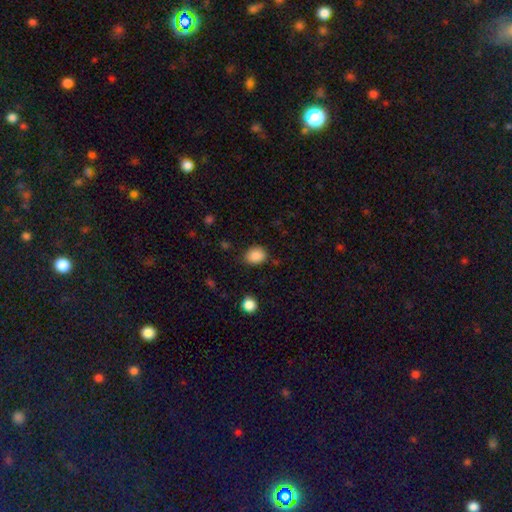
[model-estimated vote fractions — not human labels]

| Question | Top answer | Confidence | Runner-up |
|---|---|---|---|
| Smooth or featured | smooth | 87% | star or artifact (9%) |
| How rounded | in between | 53% | round (47%) |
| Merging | none | 78% | minor disturbance (16%) |